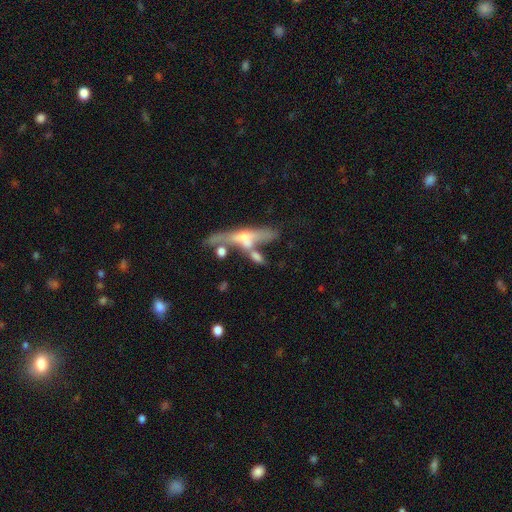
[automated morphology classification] smooth_or_featured: featured or disk (p=0.72) [alt: smooth p=0.19]
disk_edge_on: yes (p=0.87) [alt: no p=0.13]
edge_on_bulge: rounded (p=0.82) [alt: none p=0.10]
merging: none (p=0.51) [alt: merger p=0.24]